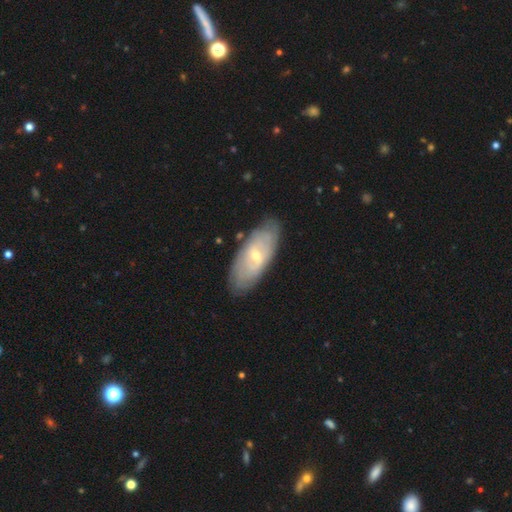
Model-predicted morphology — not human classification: Overall: featured or disk (63%; smooth 31%). Edge-on disk: no (86%). Bar: weak (53%; no 28%). Spiral arms: yes (65%; no 35%). Bulge size: small (60%; moderate 36%). Merging: none (81%).